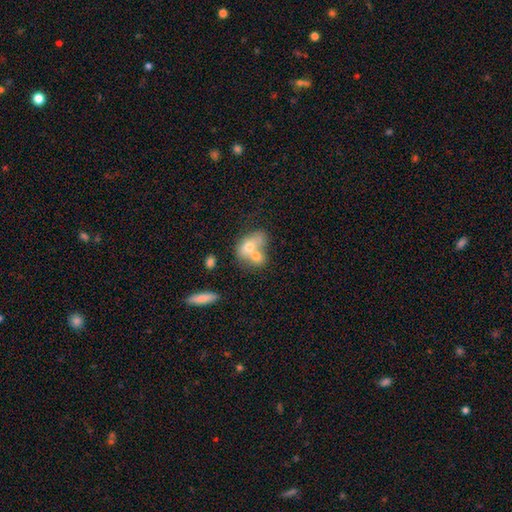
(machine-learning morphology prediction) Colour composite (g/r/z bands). It shows a smooth galaxy with no disk features (69%) that is in between round and cigar-shaped (74%). Merging: merger (72%).